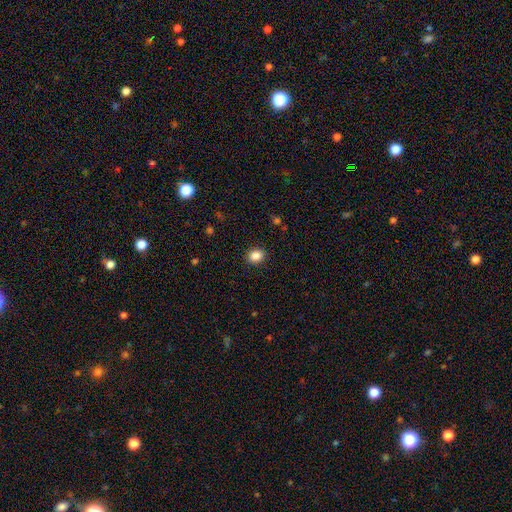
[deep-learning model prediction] Smooth or featured? Predicted: smooth (p=0.86). How rounded? Predicted: round (p=0.50). Merging? Predicted: none (p=0.90).